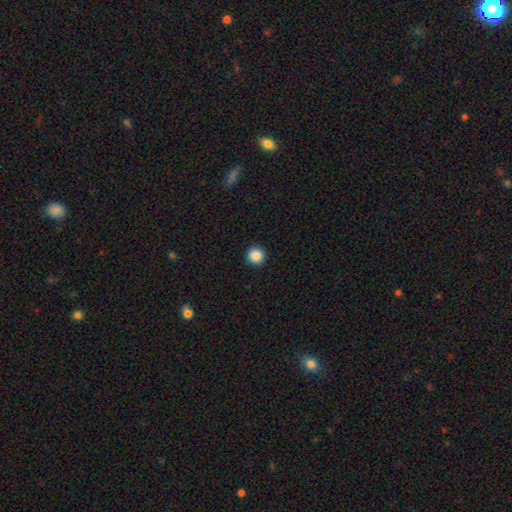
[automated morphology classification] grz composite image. It shows a smooth galaxy with no disk features (88%) that is round (95%). Merging: none (93%).